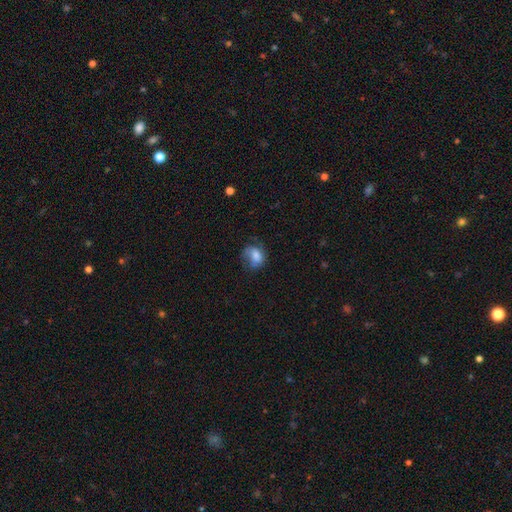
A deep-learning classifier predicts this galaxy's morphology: The model was most divided on "merging": none: 44%, minor disturbance: 30%, major disturbance: 24%, merger: 2%. More confident: smooth or featured — smooth (68%); how rounded — in between (58%).